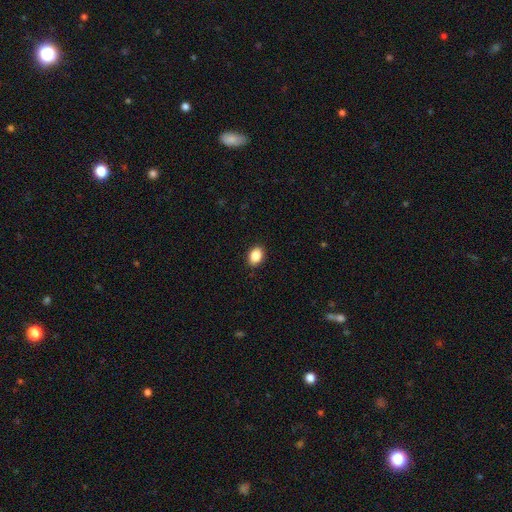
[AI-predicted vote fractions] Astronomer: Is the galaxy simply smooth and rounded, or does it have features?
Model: smooth — 88%.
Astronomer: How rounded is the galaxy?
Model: in between — 77%.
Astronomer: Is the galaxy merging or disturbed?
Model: none — 90%.